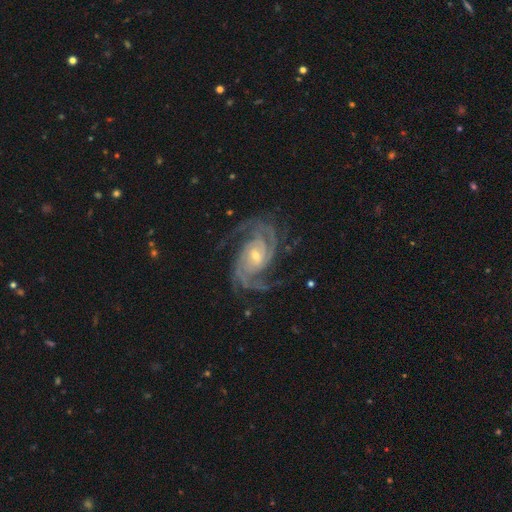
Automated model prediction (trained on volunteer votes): Smooth or featured?
  - featured or disk: 93% *
  - star or artifact: 4%
  - smooth: 3%
Edge-on disk?
  - no: 98% *
  - yes: 2%
Bar?
  - no: 48% *
  - weak: 38%
  - strong: 15%
Spiral arms?
  - yes: 99% *
  - no: 1%
Spiral winding?
  - tight: 49% *
  - medium: 42%
  - loose: 8%
Spiral arm count?
  - 2: 39% *
  - 3: 28%
  - 4: 12%
  - can't tell: 9%
  - more than 4: 6%
  - 1: 6%
Bulge size?
  - small: 56% *
  - moderate: 39%
  - large: 2%
  - none: 1%
  - dominant: 1%
Merging?
  - none: 74% *
  - minor disturbance: 16%
  - major disturbance: 9%
  - merger: 1%